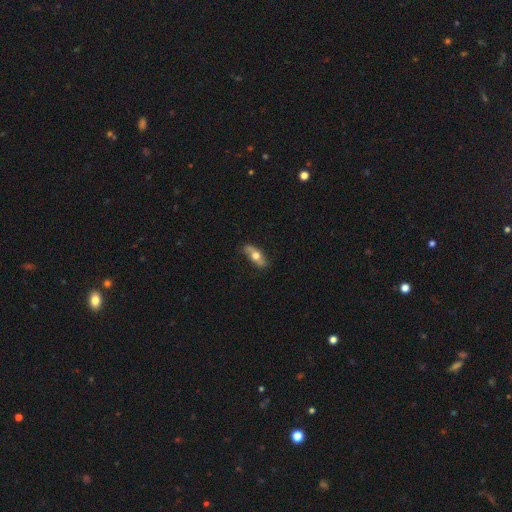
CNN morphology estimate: Smooth or featured? smooth (51%)
How rounded? in between (68%)
Merging? none (82%)